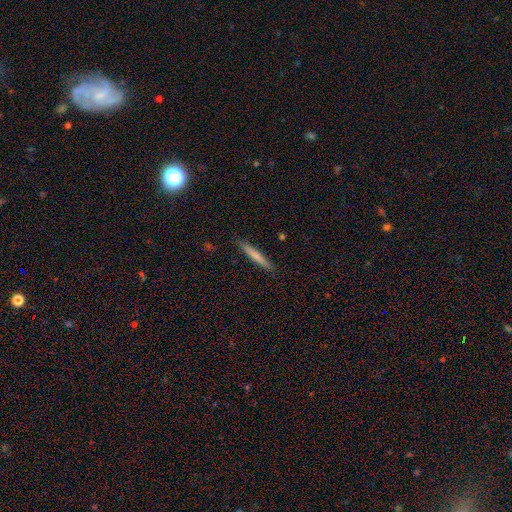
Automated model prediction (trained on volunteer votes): Overall: smooth (70%). How rounded: cigar-shaped (95%). Merging: none (90%).